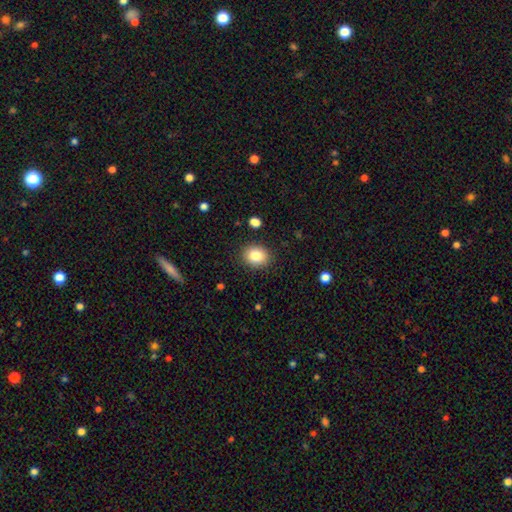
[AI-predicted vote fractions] Overall: smooth (84%). How rounded: round (57%; in between 42%). Merging: none (88%).